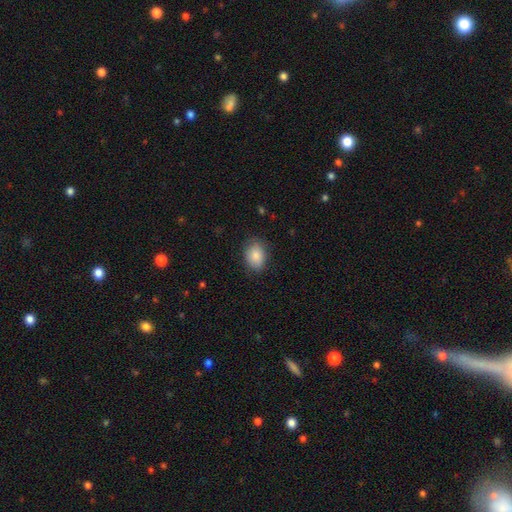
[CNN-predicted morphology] Smooth or featured: smooth — 86% (star or artifact — 7%)
How rounded: in between — 76% (round — 23%)
Merging: none — 80% (minor disturbance — 15%)